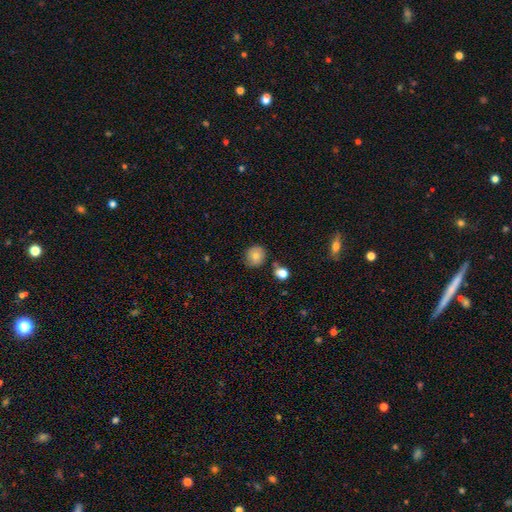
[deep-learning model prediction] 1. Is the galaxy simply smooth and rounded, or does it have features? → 75% smooth, 15% featured or disk, 10% star or artifact.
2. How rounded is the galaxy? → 88% round, 11% in between, 1% cigar-shaped.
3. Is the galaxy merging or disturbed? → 76% none, 15% minor disturbance, 5% merger, 3% major disturbance.